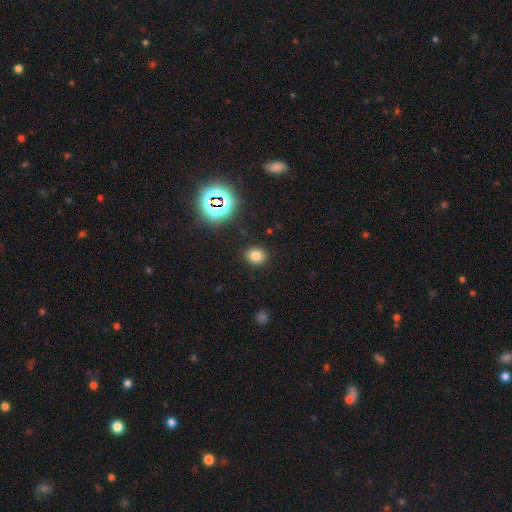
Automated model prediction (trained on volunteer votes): Smooth or featured? smooth (77%)
How rounded? in between (50%)
Merging? none (88%)